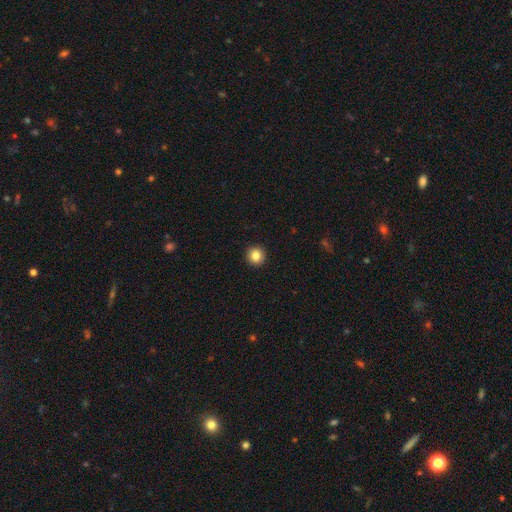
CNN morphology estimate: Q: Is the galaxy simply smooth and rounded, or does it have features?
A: smooth — 84%.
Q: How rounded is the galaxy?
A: round — 93%.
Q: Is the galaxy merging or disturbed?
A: none — 93%.